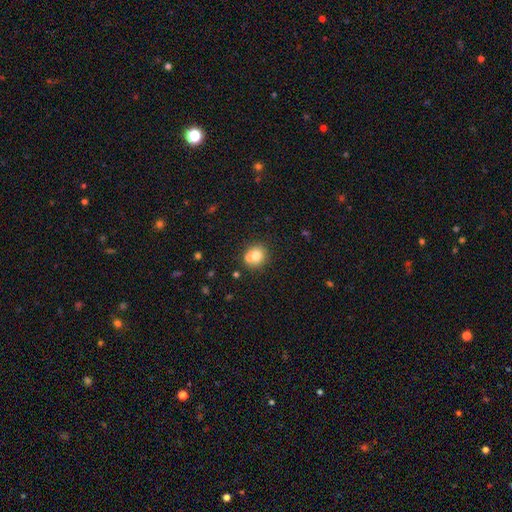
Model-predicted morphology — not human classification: Smooth or featured: smooth — 72% (featured or disk — 17%)
How rounded: round — 86% (in between — 13%)
Merging: none — 57% (merger — 31%)